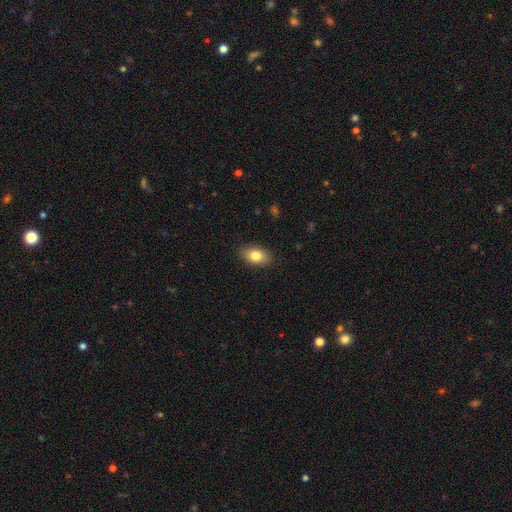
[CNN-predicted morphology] smooth_or_featured: smooth (p=0.82) [alt: featured or disk p=0.10]
how_rounded: in between (p=0.89) [alt: round p=0.09]
merging: none (p=0.88) [alt: minor disturbance p=0.09]